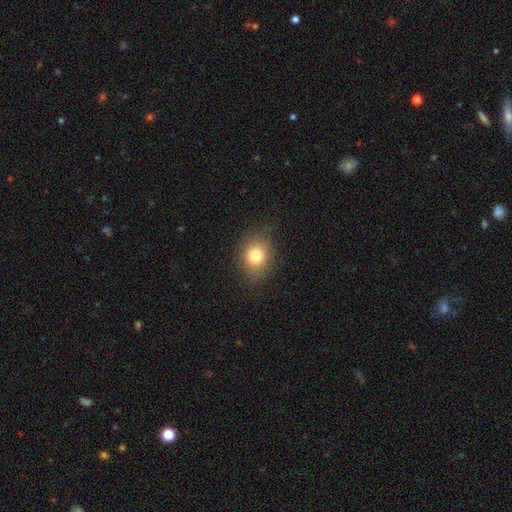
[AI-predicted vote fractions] Overall: smooth (78%). How rounded: round (52%; in between 47%). Merging: none (80%).